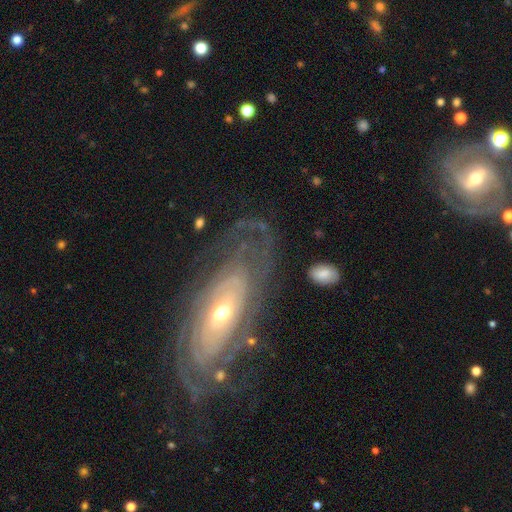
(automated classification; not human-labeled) This is clearly a featured or disk galaxy (82%). It is clearly not viewed edge-on (90%). Bar: likely no (73%). Spiral arm pattern: clearly yes (82%). Spiral arm count: possibly can't tell (51%). Spiral winding: likely tight (68%). Central bulge: possibly moderate (47%, tied with small). Merging: likely none (68%).